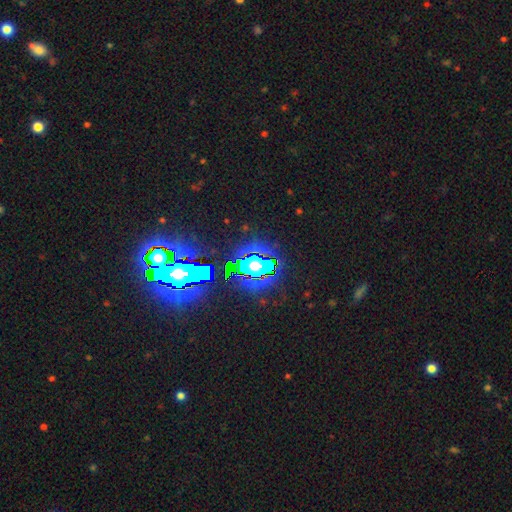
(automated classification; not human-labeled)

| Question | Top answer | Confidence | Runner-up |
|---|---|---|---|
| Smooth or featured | star or artifact | 84% | smooth (9%) |